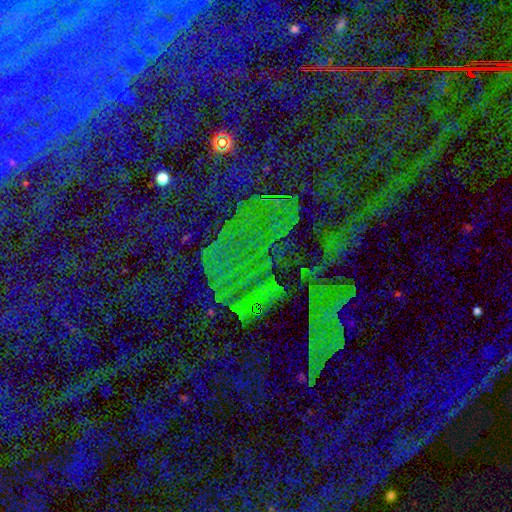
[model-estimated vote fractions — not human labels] This is clearly a star or artifact rather than a galaxy (81%).